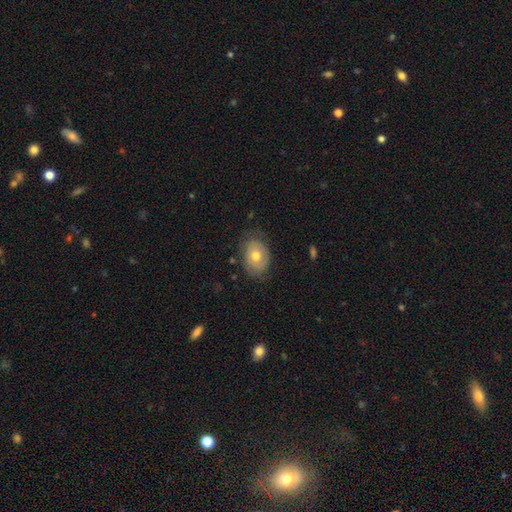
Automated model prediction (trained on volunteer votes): Overall: smooth (65%; featured or disk 27%). How rounded: in between (76%). Merging: none (72%).